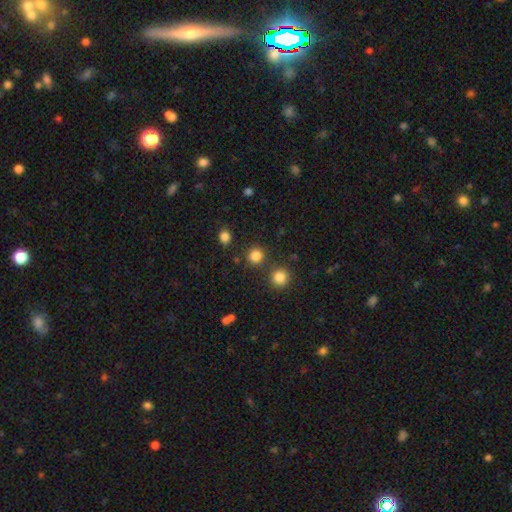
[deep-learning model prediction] A smooth galaxy with no disk features (83%) that is round (92%).

Vote fractions:
- Smooth or featured? smooth: 83% / star or artifact: 14% / featured or disk: 4%
- How rounded? round: 92% / in between: 7% / cigar-shaped: 1%
- Merging? none: 84% / merger: 7% / minor disturbance: 6% / major disturbance: 3%